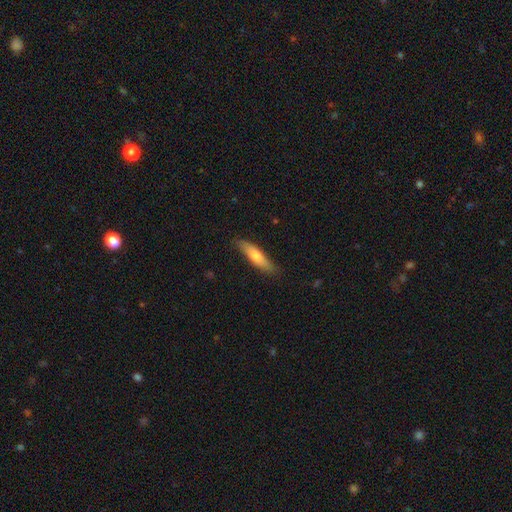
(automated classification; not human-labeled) smooth 65%, featured or disk 30%, star or artifact 6%. Down the decision tree: how rounded — cigar-shaped (81%); merging — none (84%).